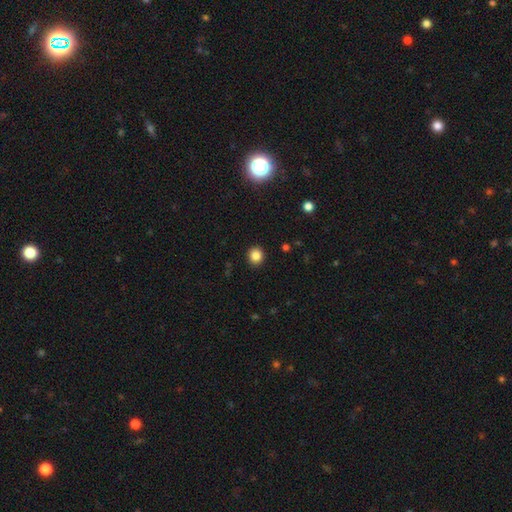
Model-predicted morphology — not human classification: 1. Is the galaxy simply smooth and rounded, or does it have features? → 85% smooth, 11% star or artifact, 4% featured or disk.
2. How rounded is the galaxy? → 84% round, 15% in between, 1% cigar-shaped.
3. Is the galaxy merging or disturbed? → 92% none, 6% minor disturbance, 2% major disturbance, 1% merger.